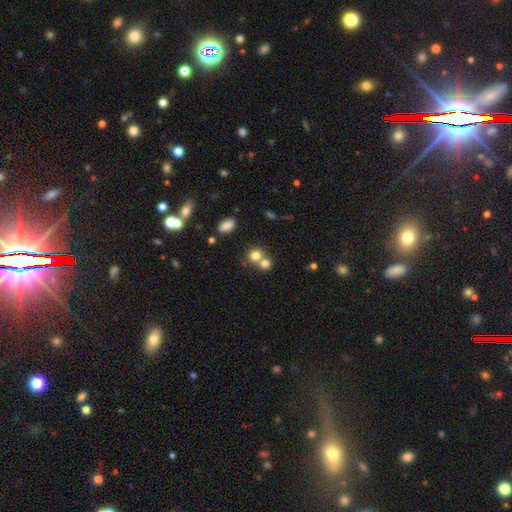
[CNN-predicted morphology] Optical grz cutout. It shows a smooth galaxy with no disk features (77%) that is round (80%). Merging: merger (46%).